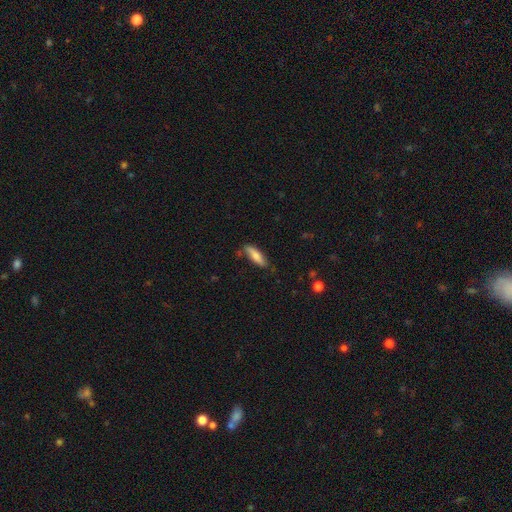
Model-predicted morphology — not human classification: This appears to be a smooth galaxy with no disk features (76%) that is cigar-shaped (55%). Merging: none (75%).